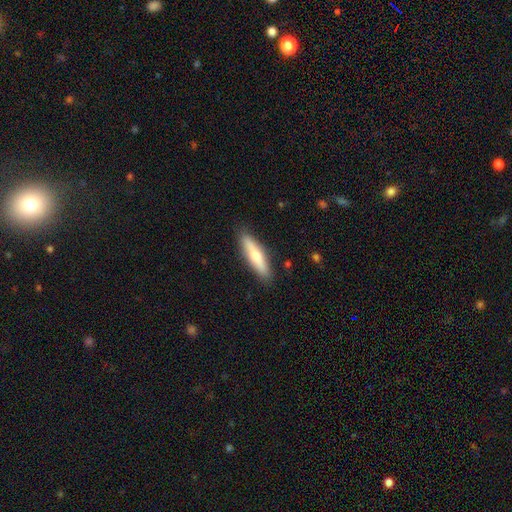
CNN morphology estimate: smooth 63%, featured or disk 32%, star or artifact 6%. Down the decision tree: how rounded — cigar-shaped (77%); merging — none (87%).